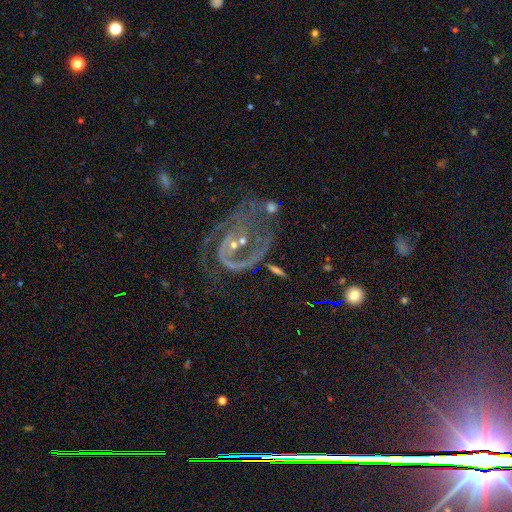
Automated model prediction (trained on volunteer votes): A featured or disk galaxy (73%) with a weak bar (42%), 2 (63%) medium (46%) spiral arms (89%) and a small central bulge (61%).

Vote fractions:
- Smooth or featured? featured or disk: 73% / star or artifact: 19% / smooth: 8%
- Edge-on disk? no: 96% / yes: 4%
- Bar? weak: 42% / no: 38% / strong: 20%
- Spiral arms? yes: 89% / no: 11%
- Spiral winding? medium: 46% / tight: 37% / loose: 17%
- Spiral arm count? 2: 63% / can't tell: 16% / 3: 7% / 1: 6% / 4: 4% / more than 4: 4%
- Bulge size? small: 61% / moderate: 26% / none: 9% / large: 2% / dominant: 2%
- Merging? none: 62% / major disturbance: 17% / minor disturbance: 17% / merger: 5%